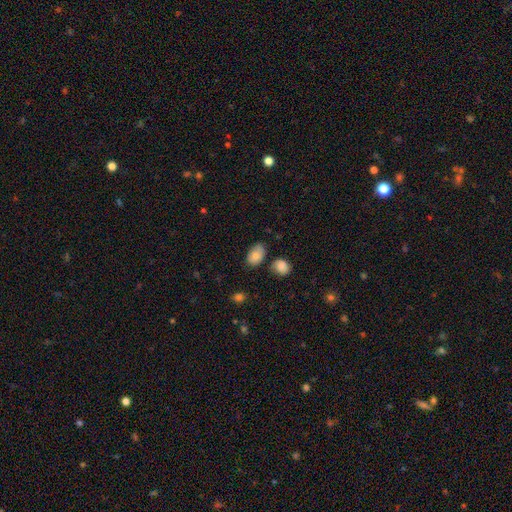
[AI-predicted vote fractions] A smooth galaxy with no disk features (78%) that is in between round and cigar-shaped (84%). Merging: none (59%).